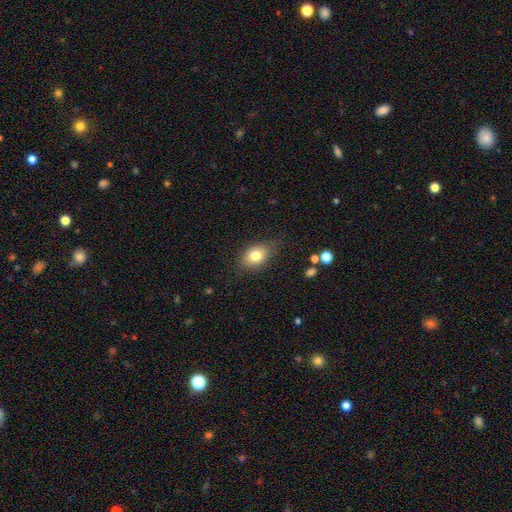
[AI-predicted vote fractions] smooth_or_featured: smooth (p=0.78) [alt: featured or disk p=0.13]
how_rounded: in between (p=0.77) [alt: round p=0.22]
merging: none (p=0.72) [alt: minor disturbance p=0.21]